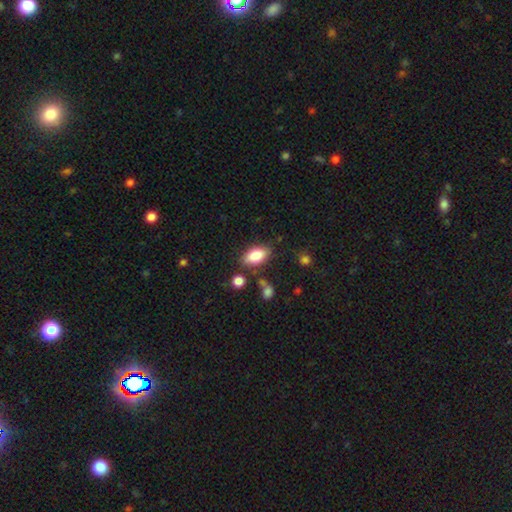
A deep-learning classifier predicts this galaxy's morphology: This appears to be a smooth galaxy with no disk features (81%) that is in between round and cigar-shaped (90%). Merging: none (79%).